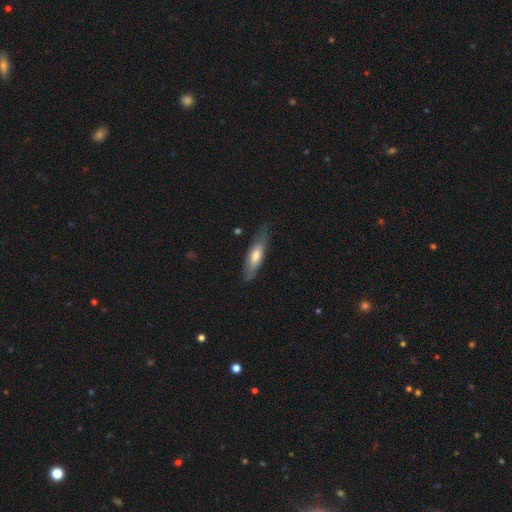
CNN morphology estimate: Overall: smooth (55%; featured or disk 39%). How rounded: cigar-shaped (63%; in between 36%). Merging: none (75%).